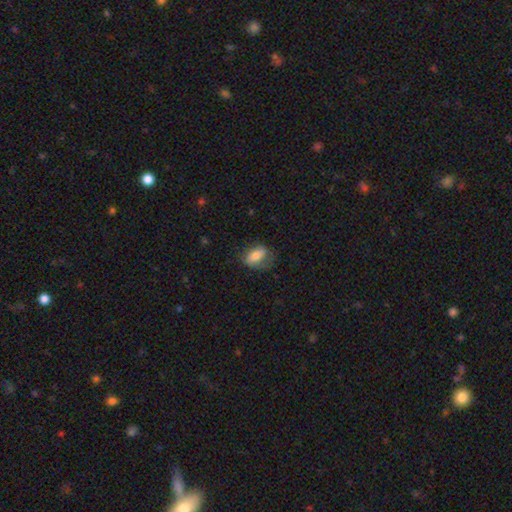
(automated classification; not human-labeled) Smooth or featured?
  - smooth: 68% *
  - featured or disk: 25%
  - star or artifact: 7%
How rounded?
  - in between: 85% *
  - round: 12%
  - cigar-shaped: 3%
Merging?
  - none: 55% *
  - minor disturbance: 26%
  - major disturbance: 17%
  - merger: 1%